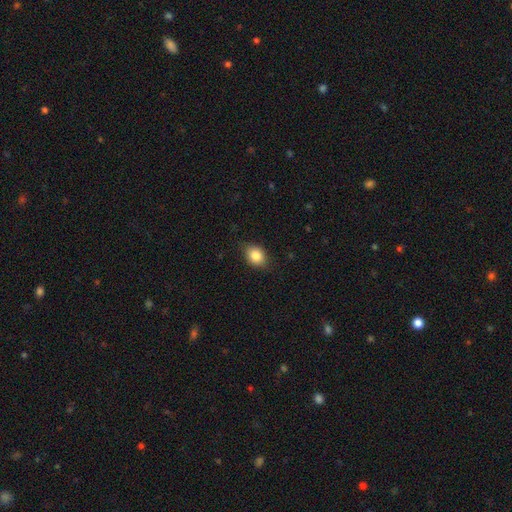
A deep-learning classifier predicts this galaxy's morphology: type=smooth (84%); roundness=in between (61%); merging=none (79%).